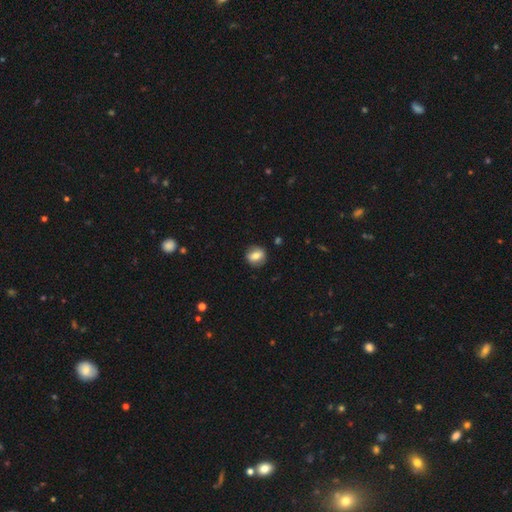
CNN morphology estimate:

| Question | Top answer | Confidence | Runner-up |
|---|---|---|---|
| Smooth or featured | smooth | 70% | featured or disk (21%) |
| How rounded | round | 71% | in between (28%) |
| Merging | none | 86% | minor disturbance (10%) |